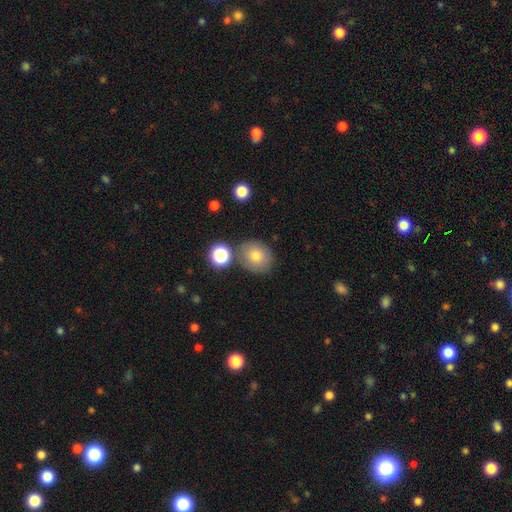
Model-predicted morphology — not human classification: smooth-or-featured: smooth: 75% | featured or disk: 13% | star or artifact: 12%
  how-rounded: round: 71% | in between: 28% | cigar-shaped: 1%
  merging: none: 74% | minor disturbance: 12% | merger: 10% | major disturbance: 4%